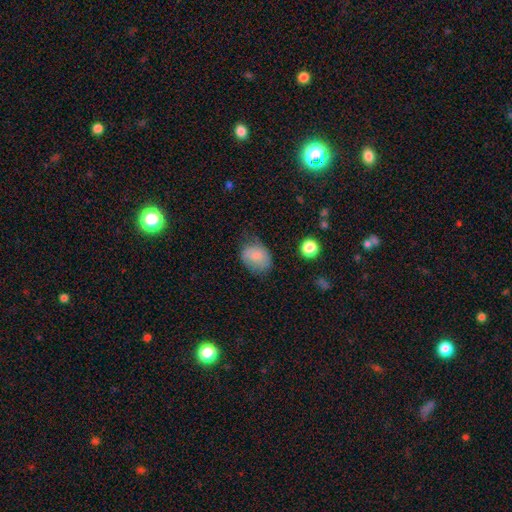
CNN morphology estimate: Smooth or featured: smooth — 77% (featured or disk — 15%)
How rounded: in between — 65% (round — 34%)
Merging: none — 56% (minor disturbance — 31%)